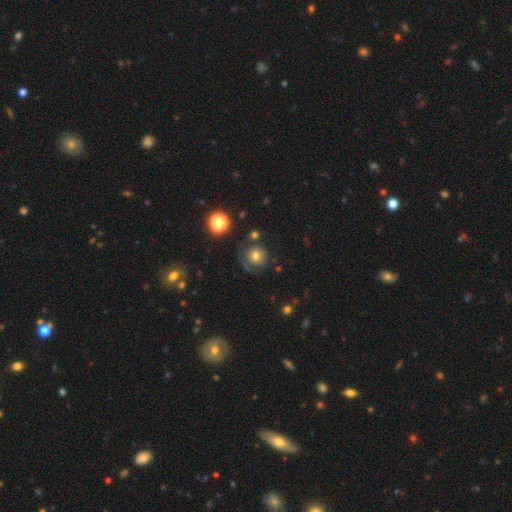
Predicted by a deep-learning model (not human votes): Morphology: type=smooth (61%); roundness=round (91%); merging=none (66%).